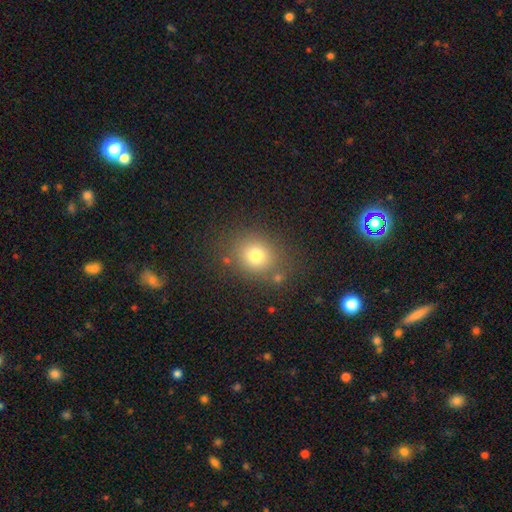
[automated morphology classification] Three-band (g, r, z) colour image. It shows a smooth galaxy with no disk features (74%) that is round (70%). Merging: none (79%).